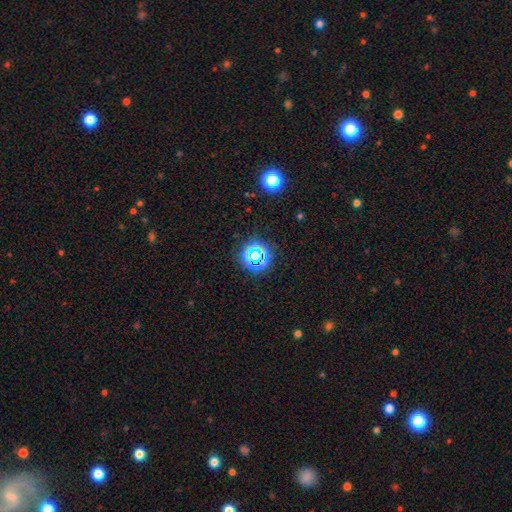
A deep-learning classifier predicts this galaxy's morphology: Overall: star or artifact (65%).